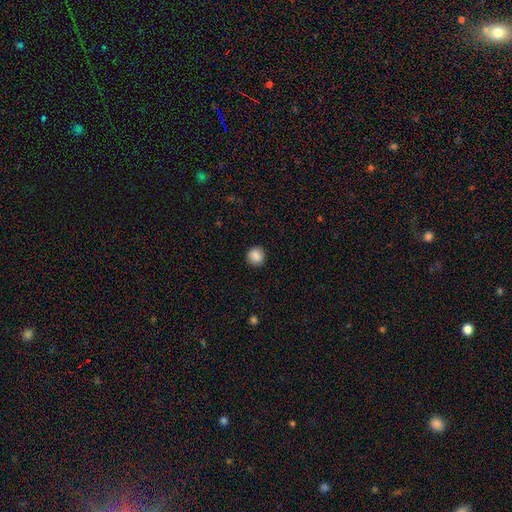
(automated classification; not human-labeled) smooth_or_featured: smooth (p=0.87) [alt: star or artifact p=0.09]
how_rounded: round (p=0.90) [alt: in between p=0.09]
merging: none (p=0.91) [alt: minor disturbance p=0.06]